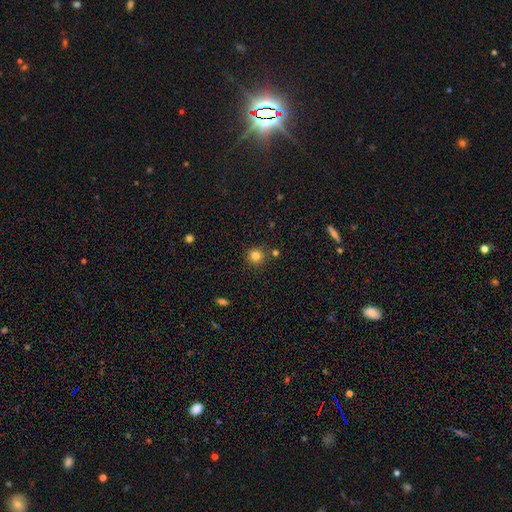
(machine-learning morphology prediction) smooth-or-featured: smooth: 82% | star or artifact: 13% | featured or disk: 5%
  how-rounded: round: 94% | in between: 5% | cigar-shaped: 1%
  merging: none: 85% | minor disturbance: 7% | merger: 6% | major disturbance: 2%